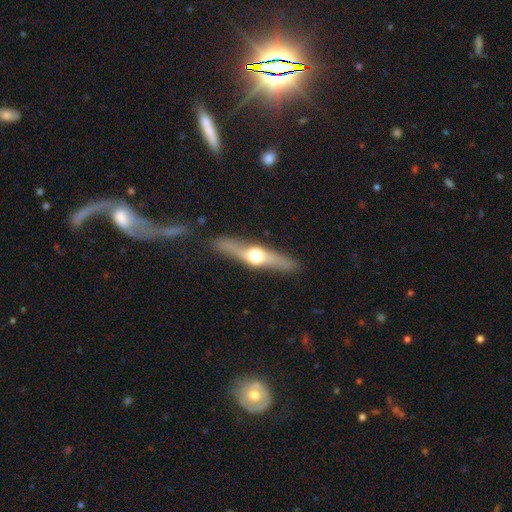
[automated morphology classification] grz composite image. It shows a featured or disk galaxy (69%) viewed edge-on (93%) with a rounded central bulge (95%). Merging: none (86%).